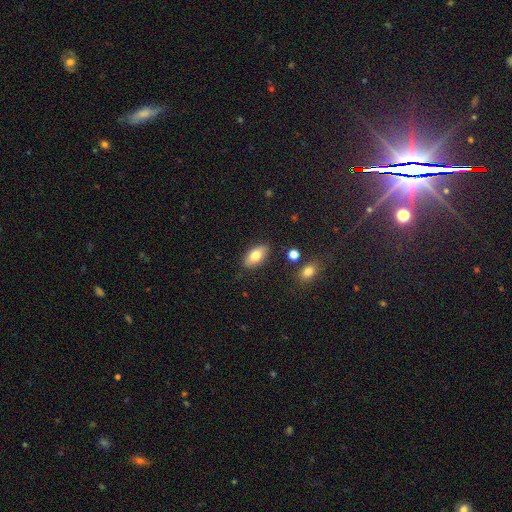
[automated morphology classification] Smooth or featured: smooth — 76% (featured or disk — 16%)
How rounded: in between — 91% (cigar-shaped — 5%)
Merging: none — 85% (minor disturbance — 10%)